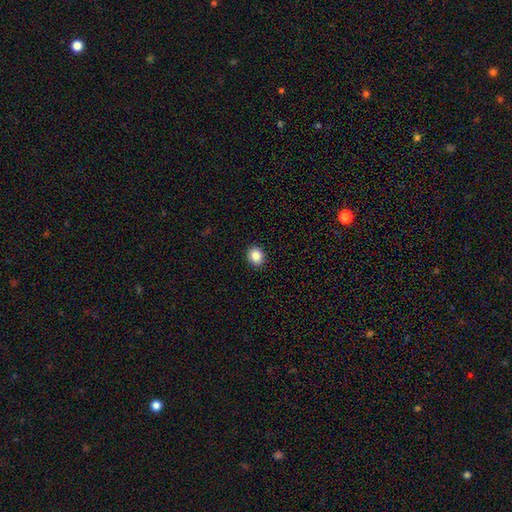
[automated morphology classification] smooth_or_featured: smooth (p=0.87) [alt: star or artifact p=0.09]
how_rounded: round (p=0.68) [alt: in between p=0.32]
merging: none (p=0.92) [alt: minor disturbance p=0.06]